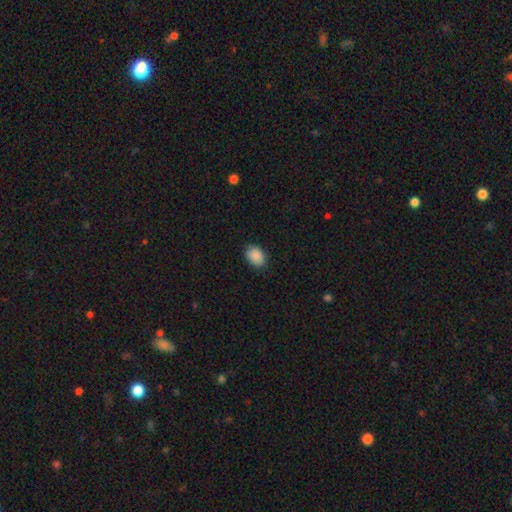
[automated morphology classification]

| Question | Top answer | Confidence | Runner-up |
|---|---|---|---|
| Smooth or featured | smooth | 90% | star or artifact (7%) |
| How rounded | in between | 76% | round (23%) |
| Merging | none | 86% | minor disturbance (11%) |